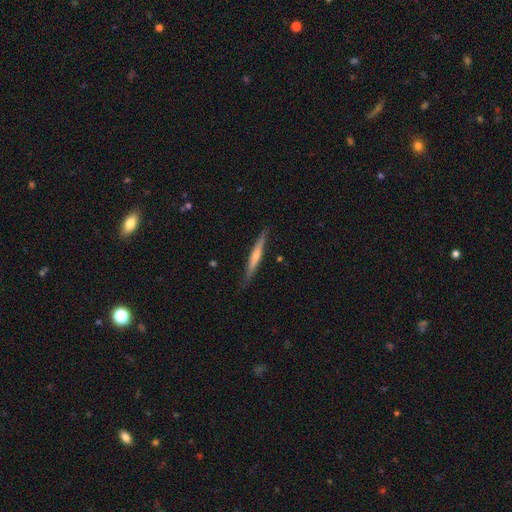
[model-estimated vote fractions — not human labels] smooth_or_featured: featured or disk (p=0.64) [alt: smooth p=0.29]
disk_edge_on: yes (p=0.96) [alt: no p=0.04]
edge_on_bulge: rounded (p=0.59) [alt: none p=0.31]
merging: none (p=0.88) [alt: minor disturbance p=0.10]